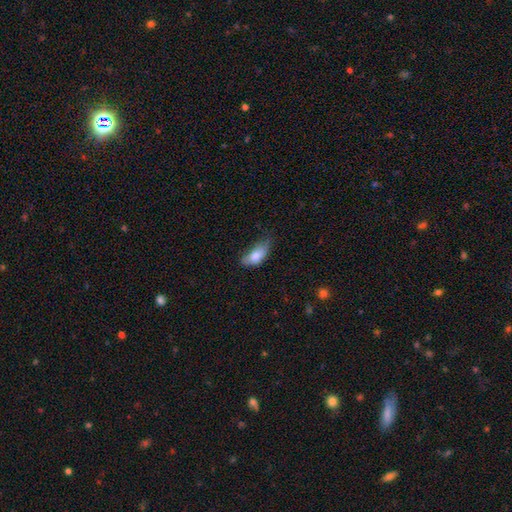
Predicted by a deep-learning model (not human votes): Q: Smooth or featured?
A: smooth (77%); runner-up: featured or disk (15%)
Q: How rounded?
A: in between (86%); runner-up: cigar-shaped (11%)
Q: Merging?
A: minor disturbance (41%); runner-up: none (37%)